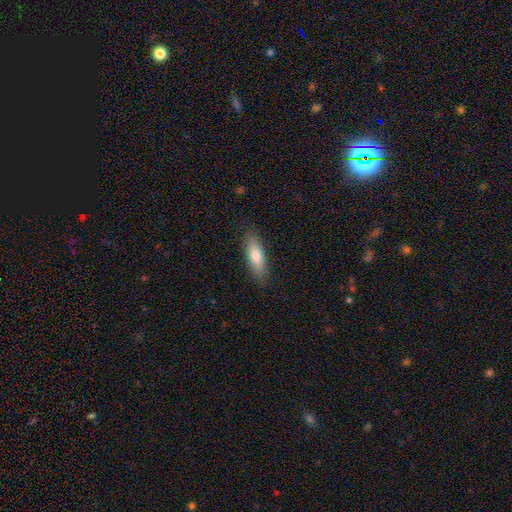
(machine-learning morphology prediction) Smooth or featured: smooth — 78% (featured or disk — 16%)
How rounded: in between — 55% (cigar-shaped — 43%)
Merging: none — 86% (minor disturbance — 11%)